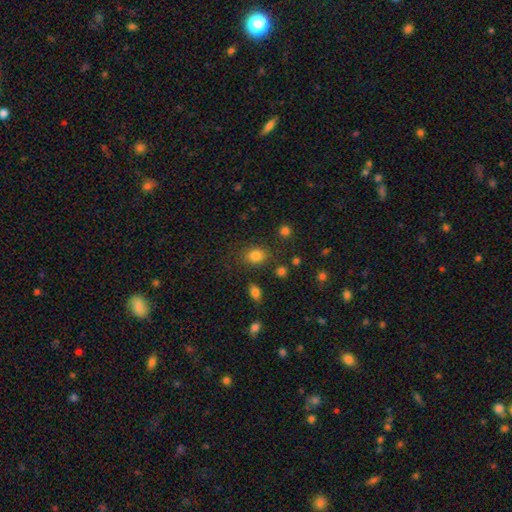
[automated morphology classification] smooth_or_featured: smooth (p=0.82) [alt: star or artifact p=0.12]
how_rounded: round (p=0.54) [alt: in between p=0.45]
merging: none (p=0.78) [alt: minor disturbance p=0.13]